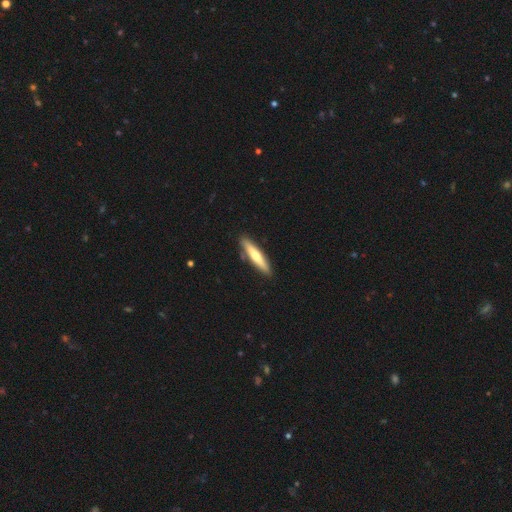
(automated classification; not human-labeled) This is possibly a smooth galaxy (55%). How rounded: clearly cigar-shaped (86%). Merging: clearly none (87%).